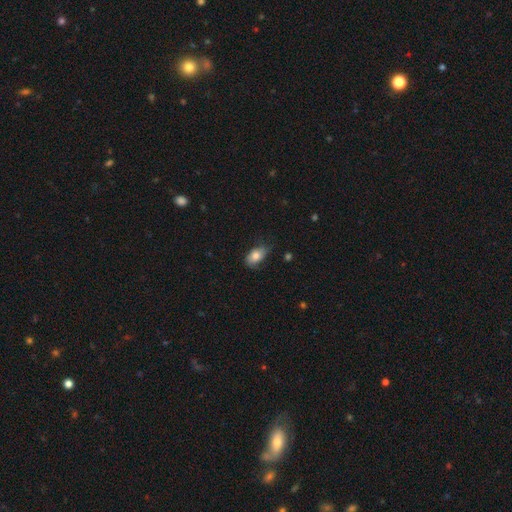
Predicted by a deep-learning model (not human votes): Smooth or featured?
  - smooth: 78% *
  - featured or disk: 14%
  - star or artifact: 8%
How rounded?
  - in between: 90% *
  - round: 7%
  - cigar-shaped: 3%
Merging?
  - none: 60% *
  - minor disturbance: 31%
  - major disturbance: 7%
  - merger: 2%